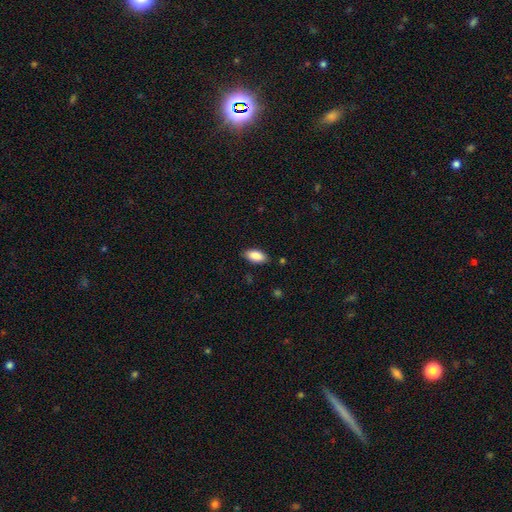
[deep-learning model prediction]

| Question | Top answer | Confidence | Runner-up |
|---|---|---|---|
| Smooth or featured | smooth | 88% | star or artifact (6%) |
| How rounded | in between | 90% | cigar-shaped (8%) |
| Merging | none | 86% | minor disturbance (11%) |